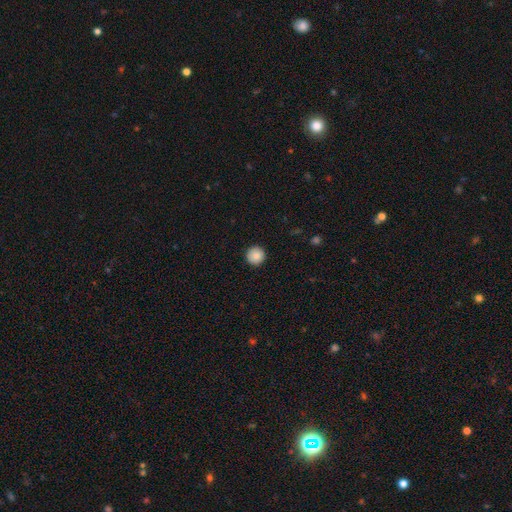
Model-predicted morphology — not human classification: type=smooth (87%); roundness=round (95%); merging=none (92%).